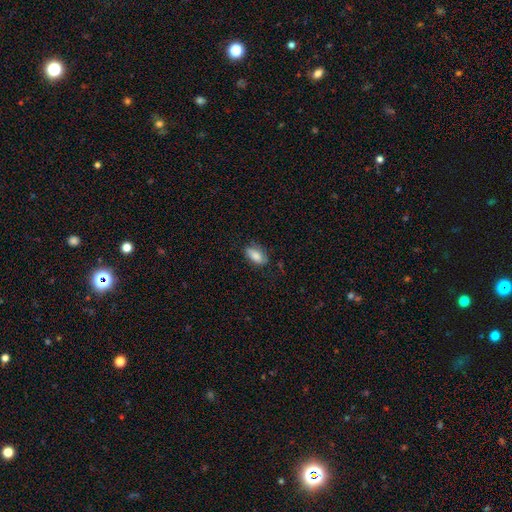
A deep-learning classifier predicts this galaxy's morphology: Overall: smooth (80%). How rounded: in between (88%). Merging: none (69%).